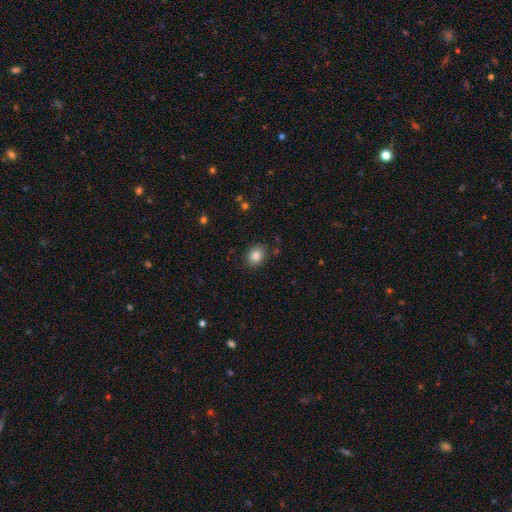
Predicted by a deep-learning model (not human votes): Smooth or featured?
  - smooth: 84% *
  - star or artifact: 10%
  - featured or disk: 7%
How rounded?
  - round: 54% *
  - in between: 45%
  - cigar-shaped: 1%
Merging?
  - none: 86% *
  - minor disturbance: 10%
  - major disturbance: 3%
  - merger: 2%